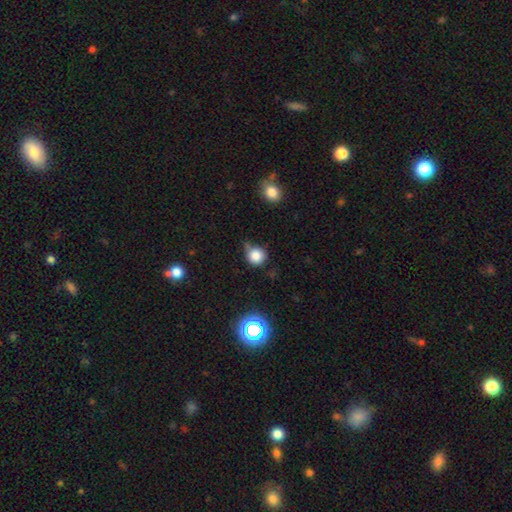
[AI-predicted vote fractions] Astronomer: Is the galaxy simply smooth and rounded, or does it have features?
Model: smooth — 81%.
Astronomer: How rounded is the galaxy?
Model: round — 91%.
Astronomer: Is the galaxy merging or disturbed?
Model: none — 61%.